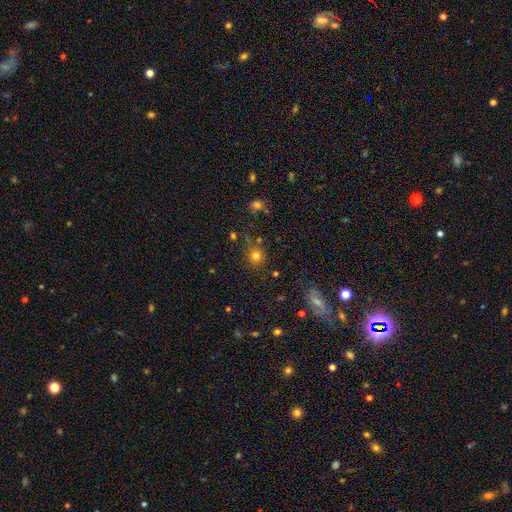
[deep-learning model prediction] Q: Smooth or featured?
A: smooth (74%); runner-up: star or artifact (19%)
Q: How rounded?
A: round (88%); runner-up: in between (10%)
Q: Merging?
A: none (73%); runner-up: minor disturbance (13%)